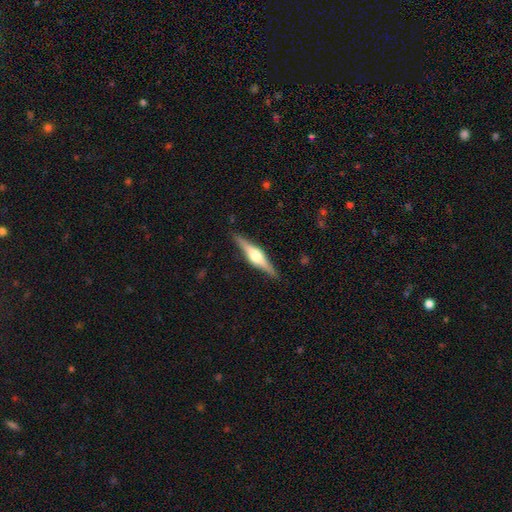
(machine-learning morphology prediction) Smooth or featured? featured or disk (77%)
Edge-on disk? yes (98%)
Edge-on bulge? rounded (90%)
Merging? none (90%)